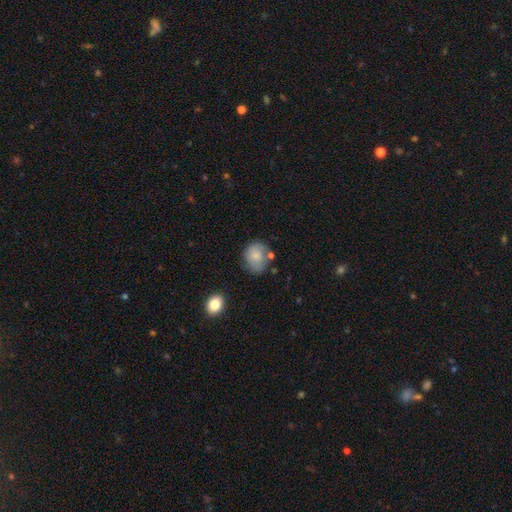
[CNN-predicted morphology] type=smooth (76%); roundness=round (57%); merging=none (57%).